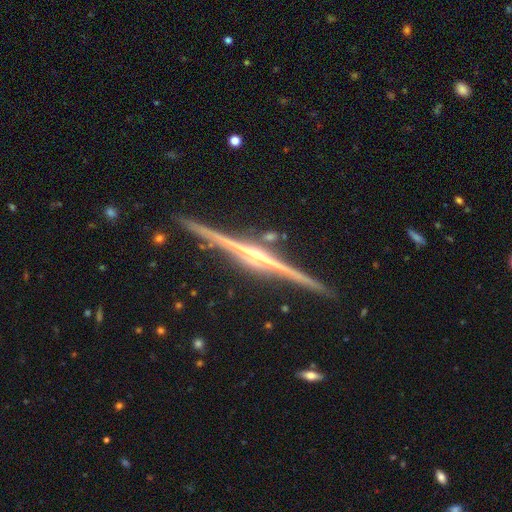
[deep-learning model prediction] Q: Smooth or featured?
A: featured or disk (91%); runner-up: star or artifact (5%)
Q: Edge-on disk?
A: yes (99%); runner-up: no (1%)
Q: Edge-on bulge?
A: rounded (84%); runner-up: none (10%)
Q: Merging?
A: none (91%); runner-up: minor disturbance (6%)